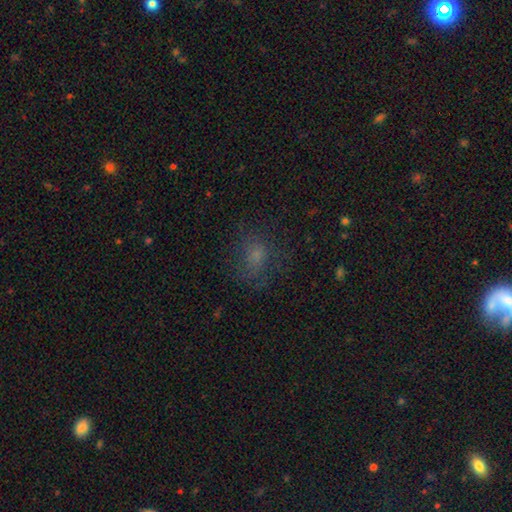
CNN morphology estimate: Q: Smooth or featured?
A: smooth (56%); runner-up: featured or disk (22%)
Q: How rounded?
A: round (50%); runner-up: in between (49%)
Q: Merging?
A: none (62%); runner-up: minor disturbance (19%)